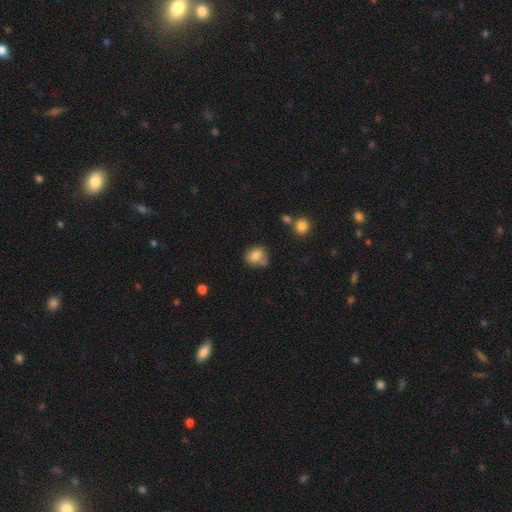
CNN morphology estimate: A smooth galaxy with no disk features (80%) that is round (66%).

Vote fractions:
- Smooth or featured? smooth: 80% / star or artifact: 10% / featured or disk: 9%
- How rounded? round: 66% / in between: 33% / cigar-shaped: 1%
- Merging? none: 59% / minor disturbance: 19% / merger: 17% / major disturbance: 5%